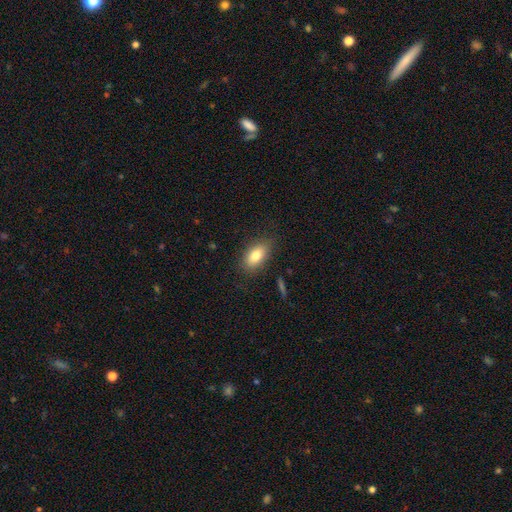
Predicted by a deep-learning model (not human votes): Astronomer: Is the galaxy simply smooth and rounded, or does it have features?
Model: smooth — 80%.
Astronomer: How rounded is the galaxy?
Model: in between — 89%.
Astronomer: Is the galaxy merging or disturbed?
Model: none — 82%.